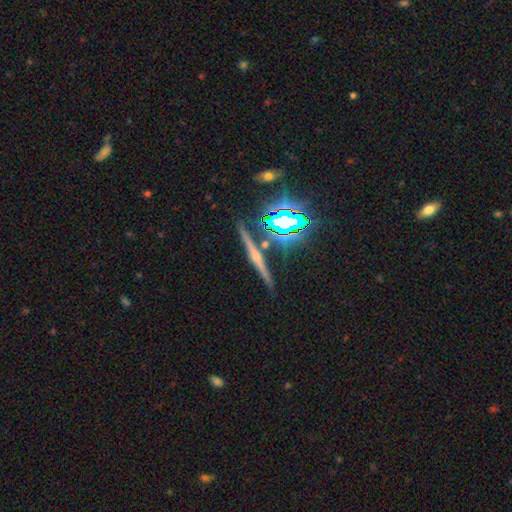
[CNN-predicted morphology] This is possibly a featured or disk galaxy (58%). It is clearly viewed edge-on (96%). Edge-on bulge: likely rounded (71%). Merging: clearly none (87%).